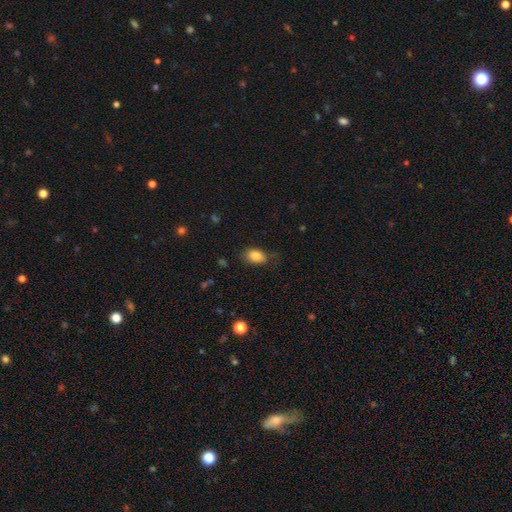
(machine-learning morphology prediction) A smooth galaxy with no disk features (83%) that is in between round and cigar-shaped (84%).

Vote fractions:
- Smooth or featured? smooth: 83% / star or artifact: 9% / featured or disk: 8%
- How rounded? in between: 84% / round: 15% / cigar-shaped: 2%
- Merging? none: 71% / minor disturbance: 21% / major disturbance: 6% / merger: 1%